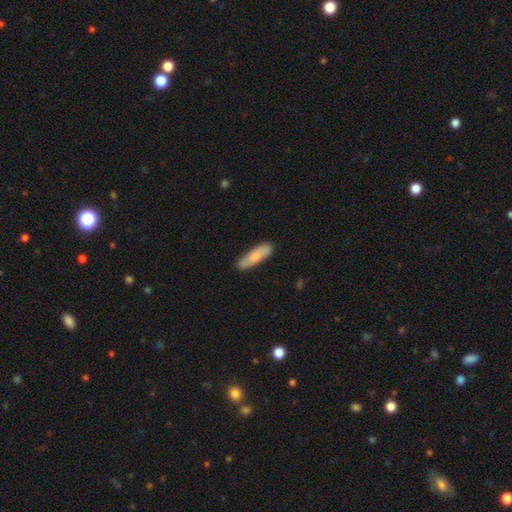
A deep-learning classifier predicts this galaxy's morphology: smooth 71%, featured or disk 24%, star or artifact 5%. Down the decision tree: how rounded — cigar-shaped (62%); merging — none (82%).